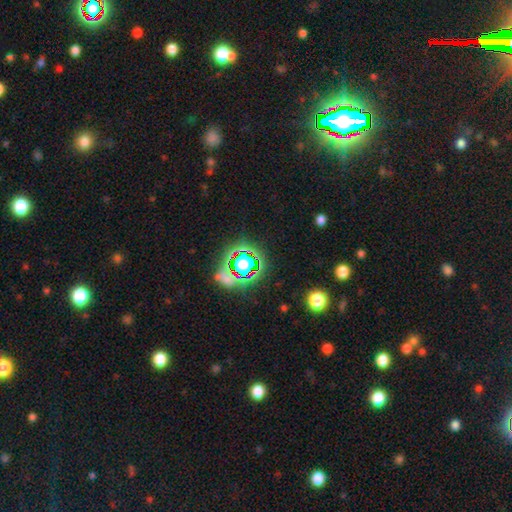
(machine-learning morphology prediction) Smooth or featured?
  - star or artifact: 78% *
  - smooth: 13%
  - featured or disk: 9%